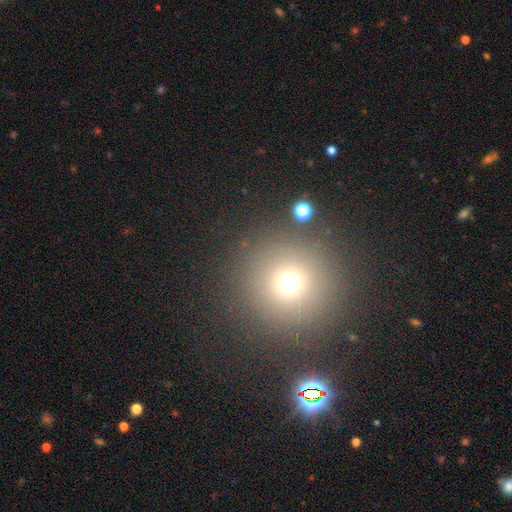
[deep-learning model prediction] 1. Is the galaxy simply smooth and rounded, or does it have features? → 61% smooth, 30% star or artifact, 9% featured or disk.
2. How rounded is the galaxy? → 96% round, 3% in between, 1% cigar-shaped.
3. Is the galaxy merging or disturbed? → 88% none, 6% minor disturbance, 4% merger, 3% major disturbance.